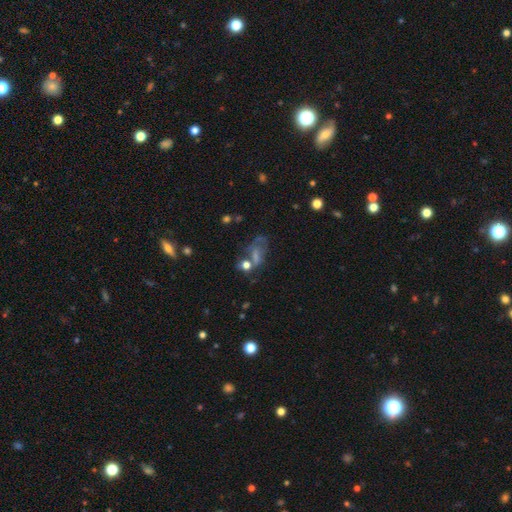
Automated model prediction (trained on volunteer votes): Smooth or featured? smooth (43%)
Merging? none (32%)